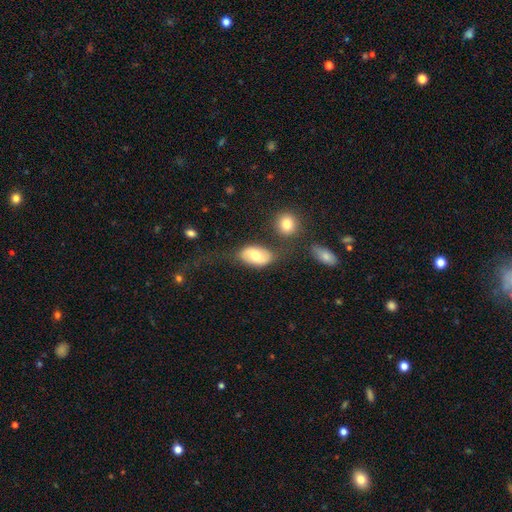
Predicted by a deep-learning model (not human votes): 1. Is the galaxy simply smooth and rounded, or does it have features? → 62% smooth, 30% featured or disk, 8% star or artifact.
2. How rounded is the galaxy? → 88% in between, 10% round, 2% cigar-shaped.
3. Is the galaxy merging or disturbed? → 64% none, 18% minor disturbance, 9% merger, 9% major disturbance.